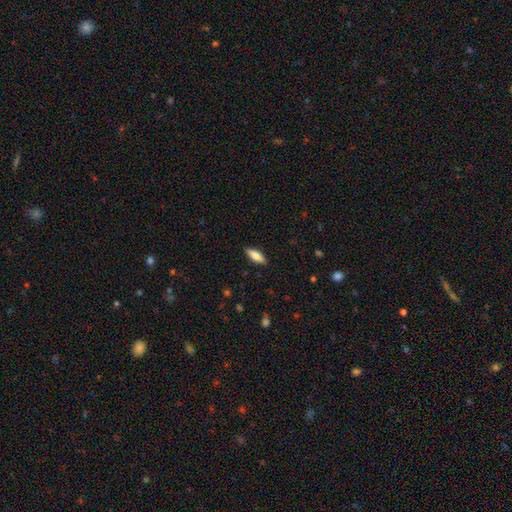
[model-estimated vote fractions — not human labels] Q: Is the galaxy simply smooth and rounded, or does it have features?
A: smooth — 74%.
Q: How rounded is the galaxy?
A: in between — 62%.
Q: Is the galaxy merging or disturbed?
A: none — 88%.